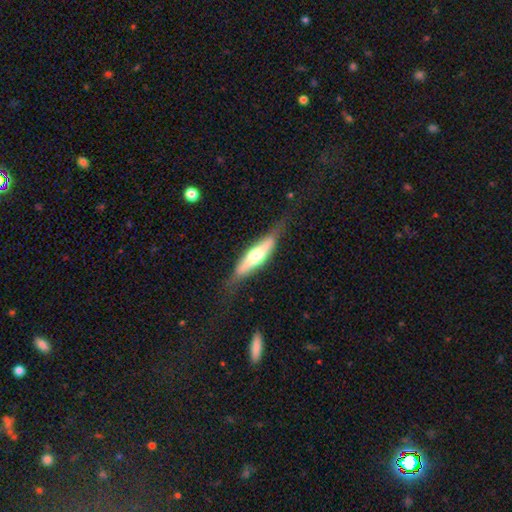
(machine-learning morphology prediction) type=featured or disk (61%); edge-on=yes (90%); edge-on bulge=rounded (89%); merging=none (75%).